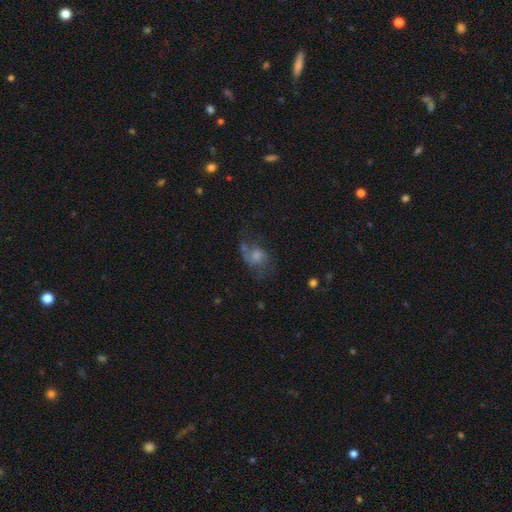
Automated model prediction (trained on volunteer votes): A featured or disk galaxy (50%).

Vote fractions:
- Smooth or featured? featured or disk: 50% / smooth: 38% / star or artifact: 13%
- Merging? none: 37% / major disturbance: 36% / minor disturbance: 22% / merger: 5%